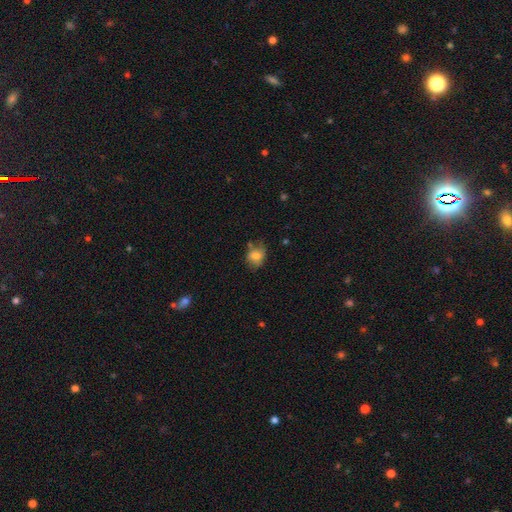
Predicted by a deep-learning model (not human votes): A smooth galaxy with no disk features (73%) that is in between round and cigar-shaped (52%).

Vote fractions:
- Smooth or featured? smooth: 73% / featured or disk: 17% / star or artifact: 9%
- How rounded? in between: 52% / round: 47% / cigar-shaped: 1%
- Merging? none: 56% / minor disturbance: 29% / major disturbance: 9% / merger: 6%